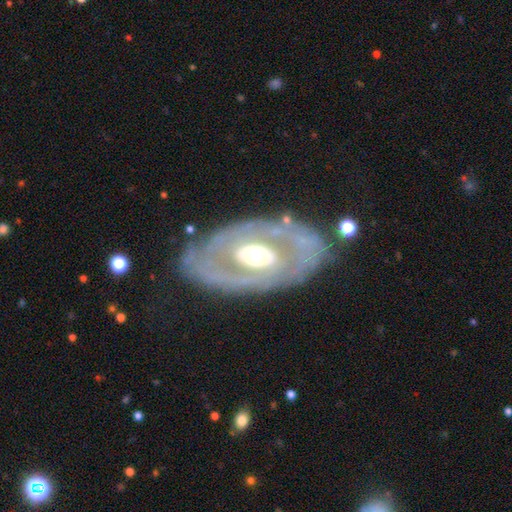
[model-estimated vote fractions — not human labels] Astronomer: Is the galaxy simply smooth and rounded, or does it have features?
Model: featured or disk — 77%.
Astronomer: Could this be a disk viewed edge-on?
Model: no — 92%.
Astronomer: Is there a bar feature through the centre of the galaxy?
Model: no — 63%.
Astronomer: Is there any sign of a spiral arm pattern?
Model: no — 55% (runner-up: yes, 45%).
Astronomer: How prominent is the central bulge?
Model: moderate — 65%.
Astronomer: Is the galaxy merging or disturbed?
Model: none — 76%.